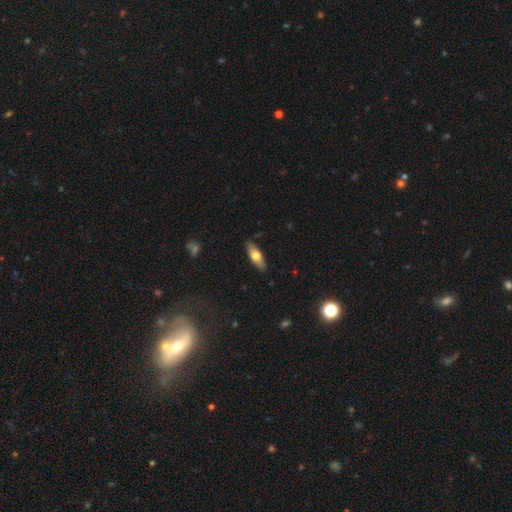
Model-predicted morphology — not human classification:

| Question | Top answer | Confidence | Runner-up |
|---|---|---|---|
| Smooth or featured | smooth | 62% | featured or disk (32%) |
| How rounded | in between | 61% | cigar-shaped (37%) |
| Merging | none | 86% | minor disturbance (11%) |